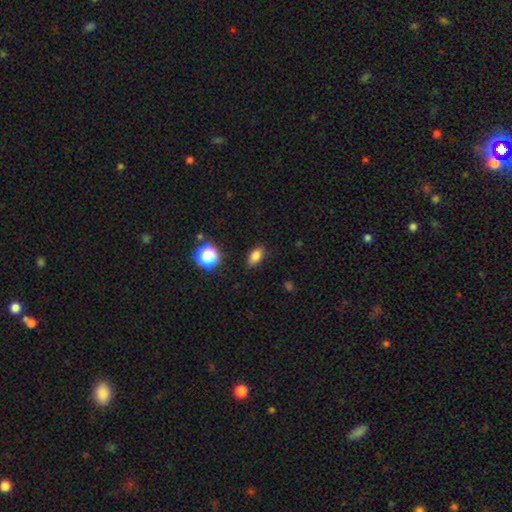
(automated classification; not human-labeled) Morphology: type=smooth (81%); roundness=in between (85%); merging=none (81%).